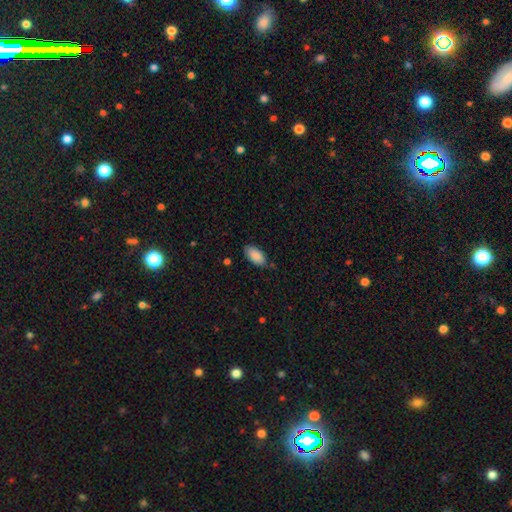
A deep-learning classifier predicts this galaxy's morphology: Smooth or featured? Predicted: smooth (p=0.88). How rounded? Predicted: in between (p=0.94). Merging? Predicted: none (p=0.80).